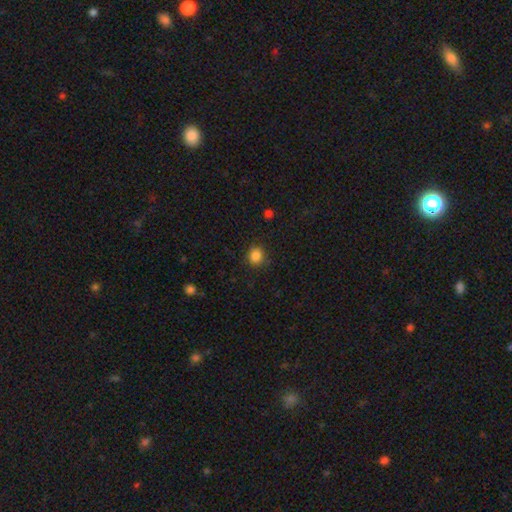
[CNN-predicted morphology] Smooth or featured? Predicted: smooth (p=0.85). How rounded? Predicted: round (p=0.82). Merging? Predicted: none (p=0.87).